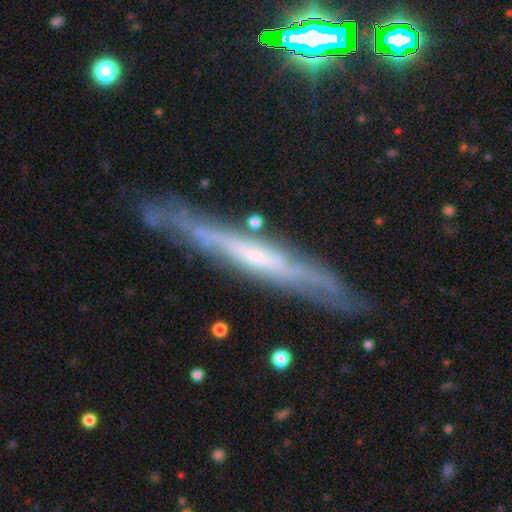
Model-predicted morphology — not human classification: Smooth or featured? featured or disk (75%)
Edge-on disk? yes (78%)
Edge-on bulge? none (63%)
Merging? none (79%)